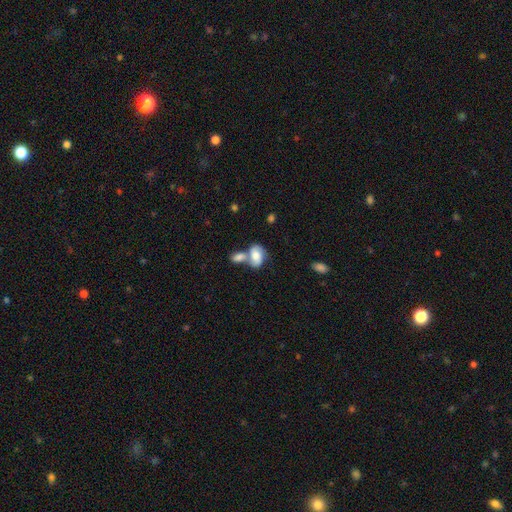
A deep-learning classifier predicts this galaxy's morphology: This appears to be a smooth galaxy with no disk features (53%) that is in between round and cigar-shaped (81%). Merging: merger (58%).